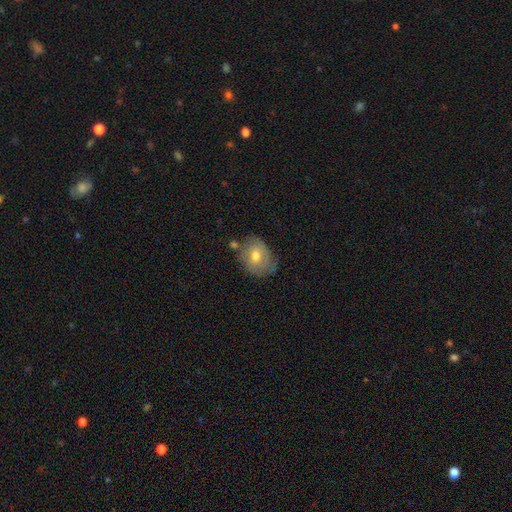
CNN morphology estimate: The model was most divided on "how rounded": in between: 59%, round: 40%, cigar-shaped: 1%. More confident: smooth or featured — smooth (61%); merging — none (58%).